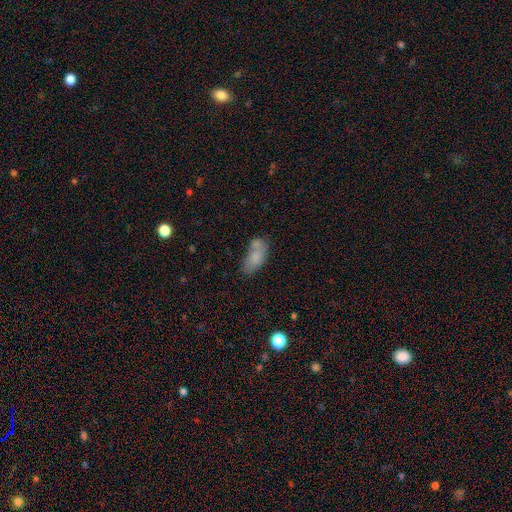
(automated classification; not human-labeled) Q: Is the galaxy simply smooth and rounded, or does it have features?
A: smooth — 75%.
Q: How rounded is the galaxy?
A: in between — 87%.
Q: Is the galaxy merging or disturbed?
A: none — 43%.